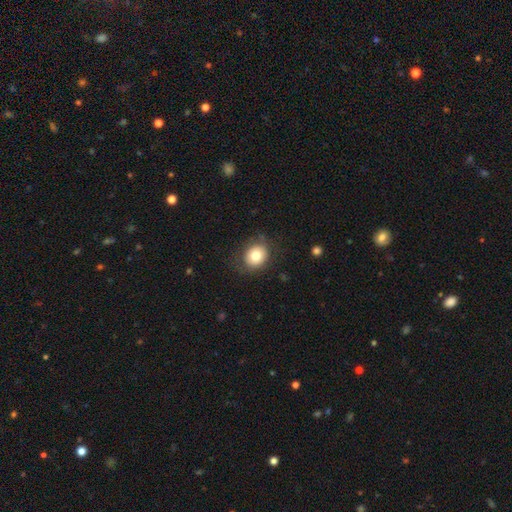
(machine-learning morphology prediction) Smooth or featured: smooth — 76% (featured or disk — 15%)
How rounded: round — 69% (in between — 30%)
Merging: none — 79% (minor disturbance — 14%)